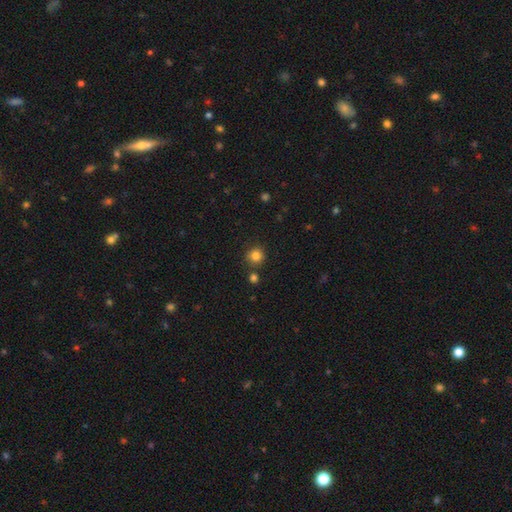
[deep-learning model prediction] The model was most divided on "smooth or featured": smooth: 84%, star or artifact: 12%, featured or disk: 4%. More confident: how rounded — round (93%); merging — none (83%).